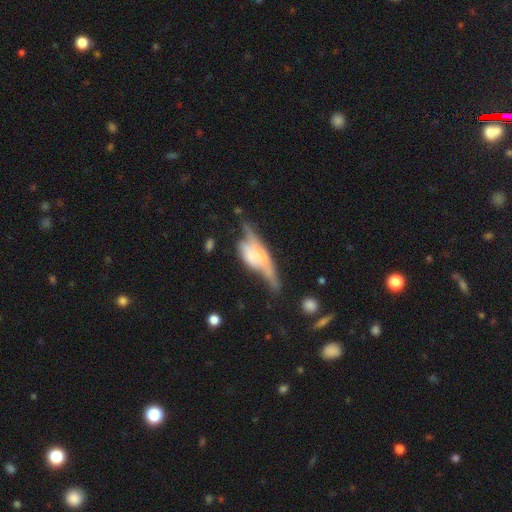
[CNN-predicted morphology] Smooth or featured: featured or disk — 67% (smooth — 25%)
Edge-on disk: yes — 75% (no — 25%)
Edge-on bulge: rounded — 50% (boxy — 34%)
Merging: none — 36% (minor disturbance — 23%)